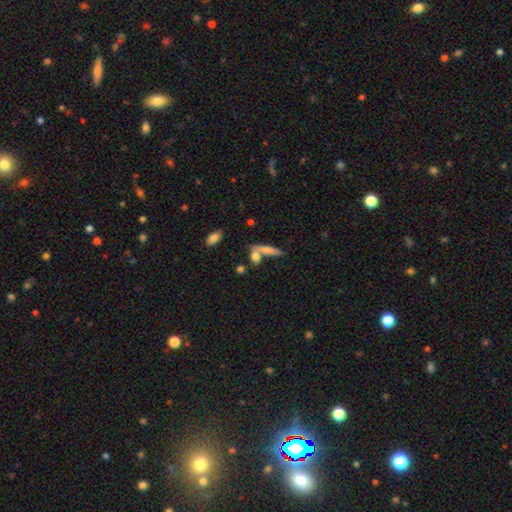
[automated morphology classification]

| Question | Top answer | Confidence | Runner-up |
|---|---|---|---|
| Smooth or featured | smooth | 73% | featured or disk (17%) |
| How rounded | in between | 53% | cigar-shaped (36%) |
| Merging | none | 48% | merger (36%) |